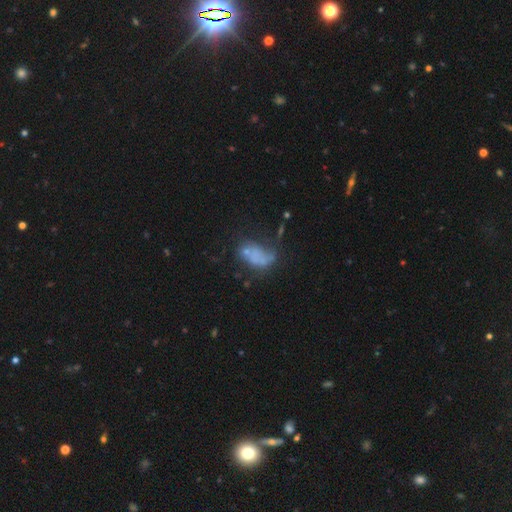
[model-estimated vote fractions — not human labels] Smooth or featured: smooth — 49% (featured or disk — 37%)
Merging: major disturbance — 33% (none — 27%)